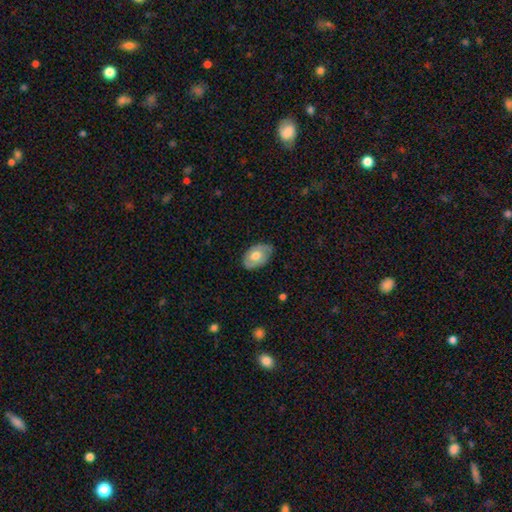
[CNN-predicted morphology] Smooth or featured? Predicted: smooth (p=0.54). How rounded? Predicted: in between (p=0.89). Merging? Predicted: none (p=0.74).